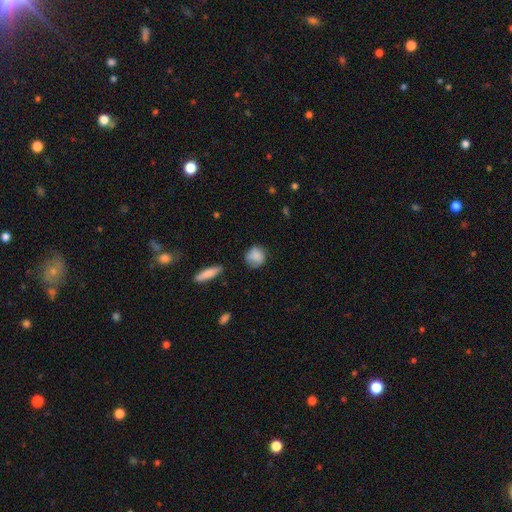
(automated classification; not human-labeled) Q: Smooth or featured?
A: smooth (83%); runner-up: featured or disk (9%)
Q: How rounded?
A: round (81%); runner-up: in between (17%)
Q: Merging?
A: none (69%); runner-up: minor disturbance (24%)